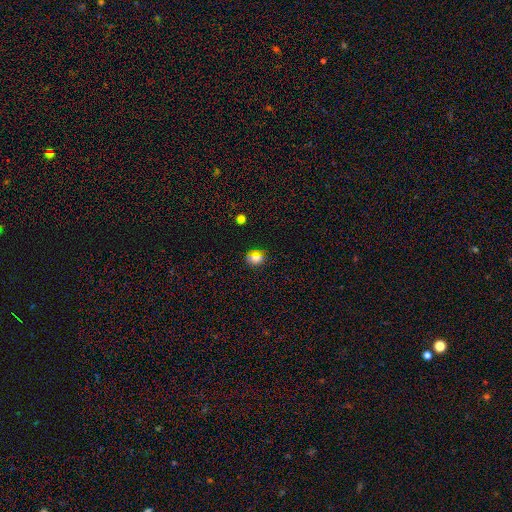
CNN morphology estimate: Smooth or featured? Predicted: smooth (p=0.74). How rounded? Predicted: round (p=0.64). Merging? Predicted: none (p=0.85).